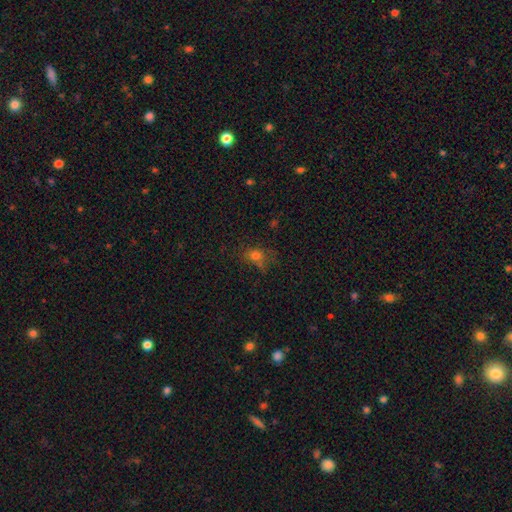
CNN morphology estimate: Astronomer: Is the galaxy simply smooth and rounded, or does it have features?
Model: smooth — 69%.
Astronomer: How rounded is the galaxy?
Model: round — 61% (runner-up: in between, 37%).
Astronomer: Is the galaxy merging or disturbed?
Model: none — 54%.